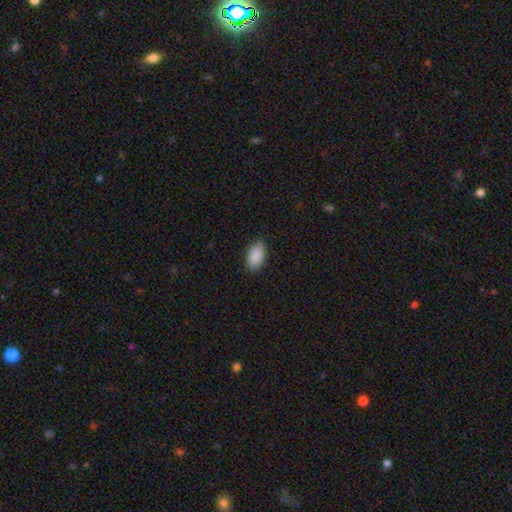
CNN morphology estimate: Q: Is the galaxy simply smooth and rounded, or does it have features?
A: smooth — 90%.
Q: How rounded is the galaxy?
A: in between — 94%.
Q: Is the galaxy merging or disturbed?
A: none — 88%.